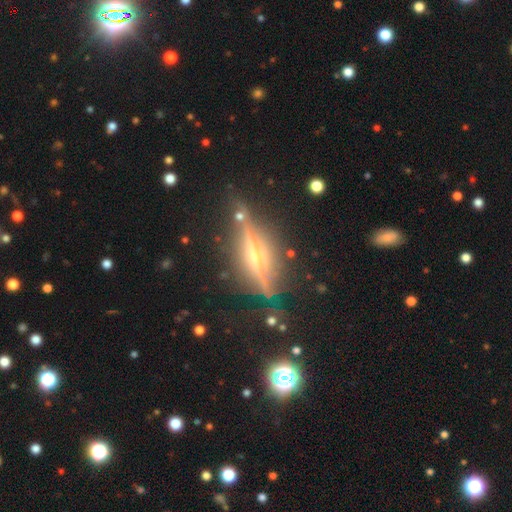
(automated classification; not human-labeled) smooth-or-featured: featured or disk: 81% | smooth: 10% | star or artifact: 9%
  disk-edge-on: yes: 93% | no: 7%
    edge-on-bulge: rounded: 76% | none: 14% | boxy: 10%
  merging: none: 77% | minor disturbance: 14% | major disturbance: 5% | merger: 3%